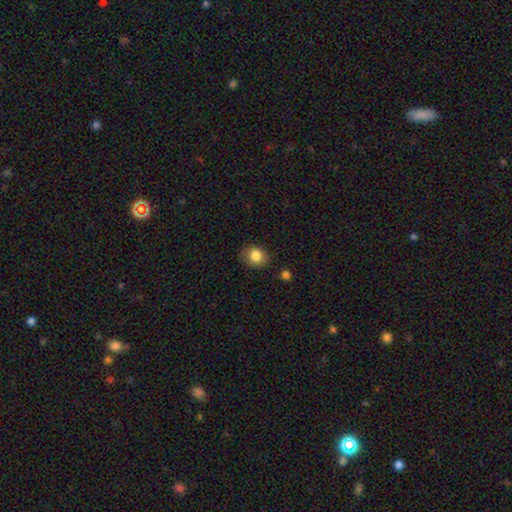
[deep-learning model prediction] Smooth or featured?
  - smooth: 83% *
  - star or artifact: 9%
  - featured or disk: 7%
How rounded?
  - round: 67% *
  - in between: 32%
  - cigar-shaped: 1%
Merging?
  - none: 81% *
  - minor disturbance: 13%
  - major disturbance: 3%
  - merger: 2%